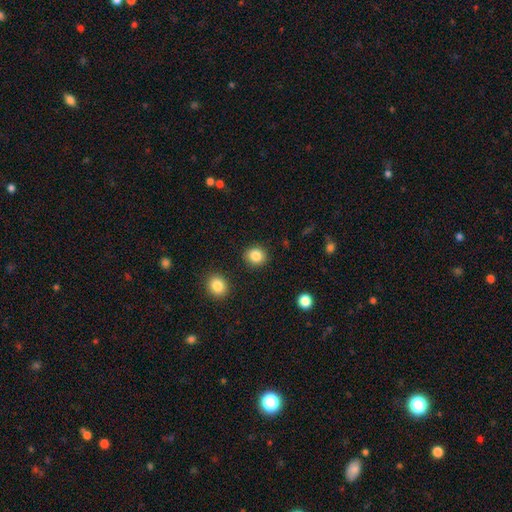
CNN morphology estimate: A smooth galaxy with no disk features (86%) that is round (79%). Merging: none (89%).